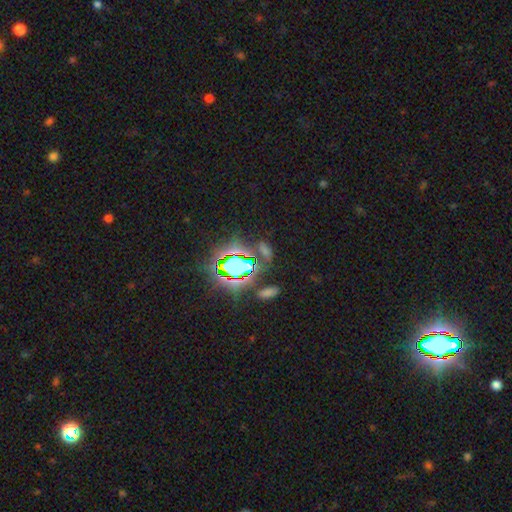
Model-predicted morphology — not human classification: Smooth or featured?
  - star or artifact: 81% *
  - smooth: 11%
  - featured or disk: 8%